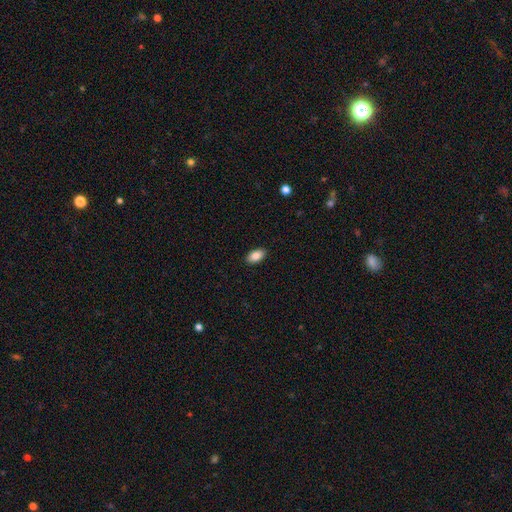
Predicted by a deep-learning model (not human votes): A smooth galaxy with no disk features (87%) that is in between round and cigar-shaped (93%). Merging: none (90%).